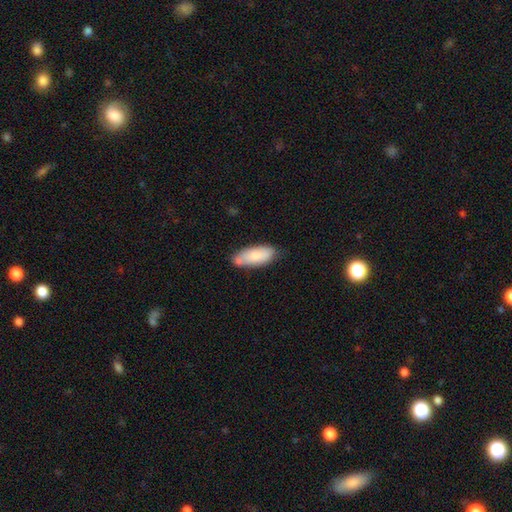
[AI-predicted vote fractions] Smooth or featured?
  - smooth: 81% *
  - featured or disk: 13%
  - star or artifact: 6%
How rounded?
  - in between: 78% *
  - cigar-shaped: 21%
  - round: 2%
Merging?
  - none: 65% *
  - minor disturbance: 22%
  - merger: 9%
  - major disturbance: 4%